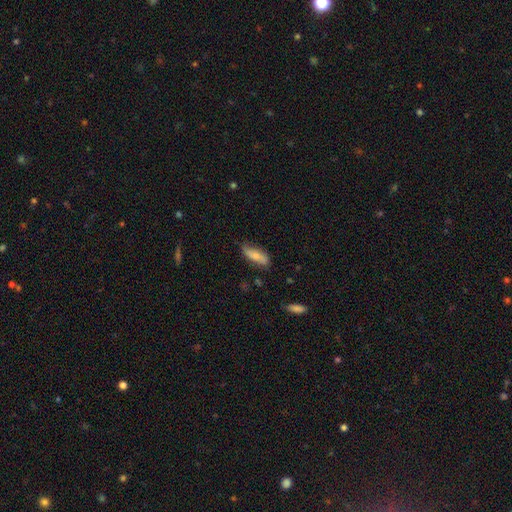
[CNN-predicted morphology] Smooth or featured: smooth — 67% (featured or disk — 27%)
How rounded: in between — 62% (cigar-shaped — 35%)
Merging: none — 69% (minor disturbance — 24%)